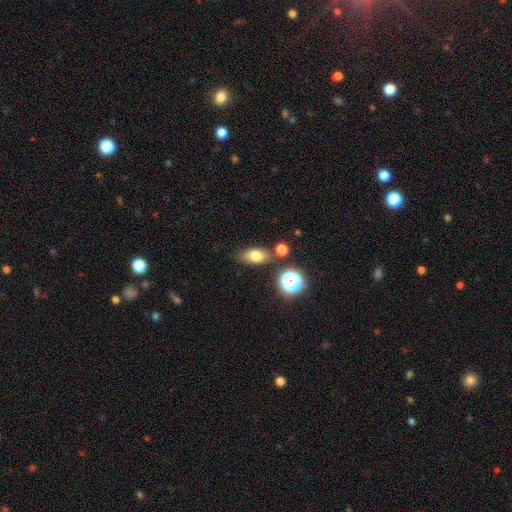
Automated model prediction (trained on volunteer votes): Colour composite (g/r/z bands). It shows a smooth galaxy with no disk features (74%) that is in between round and cigar-shaped (80%). Merging: none (76%).